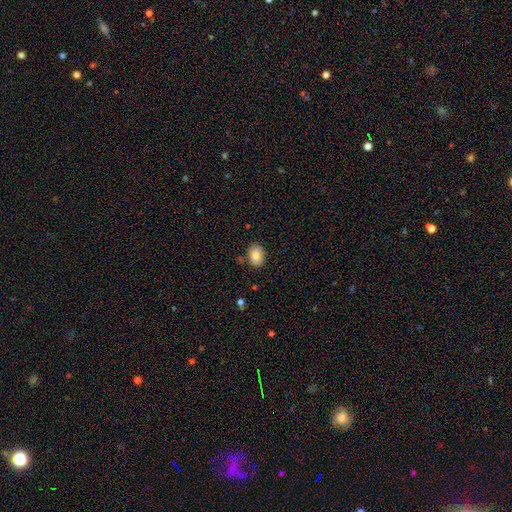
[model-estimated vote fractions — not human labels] smooth-or-featured: smooth: 84% | featured or disk: 8% | star or artifact: 8%
  how-rounded: in between: 69% | round: 30% | cigar-shaped: 1%
  merging: none: 83% | minor disturbance: 12% | merger: 3% | major disturbance: 2%